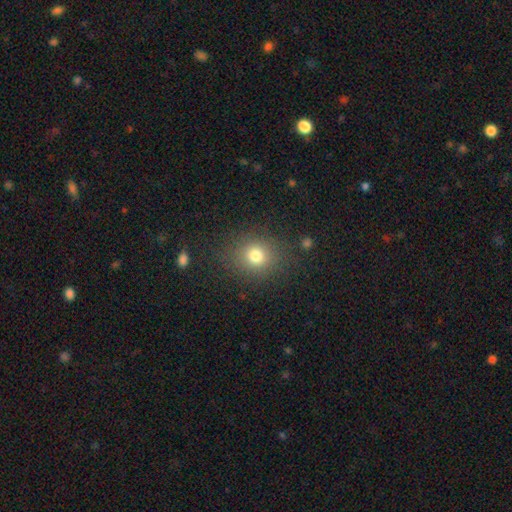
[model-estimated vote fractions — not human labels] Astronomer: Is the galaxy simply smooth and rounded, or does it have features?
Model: smooth — 76%.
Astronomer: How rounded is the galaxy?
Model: round — 73%.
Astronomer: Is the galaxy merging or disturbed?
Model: none — 84%.